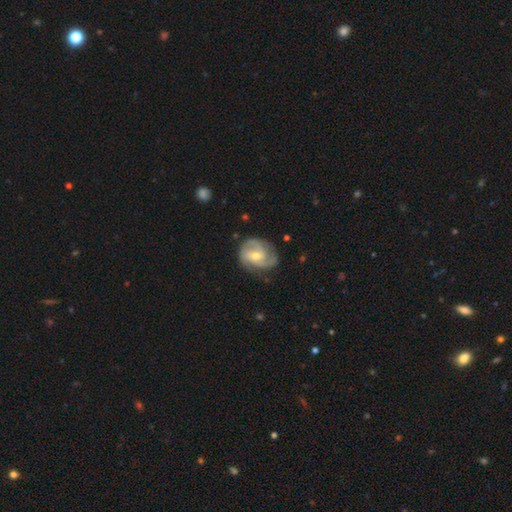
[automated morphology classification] The model was most divided on "spiral winding": medium: 44%, tight: 40%, loose: 17%. Remaining: edge-on disk — no (98%); spiral arms — yes (93%); smooth or featured — featured or disk (79%); merging — none (64%); bulge size — moderate (55%); bar — no (49%); spiral arm count — 2 (42%).